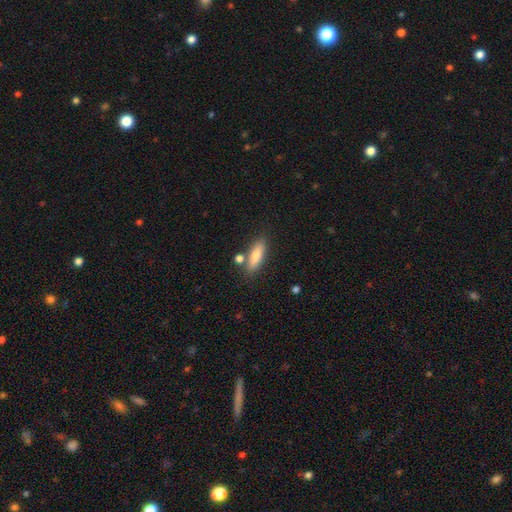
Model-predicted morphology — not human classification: smooth 71%, featured or disk 22%, star or artifact 7%. Down the decision tree: how rounded — cigar-shaped (50%); merging — none (76%).